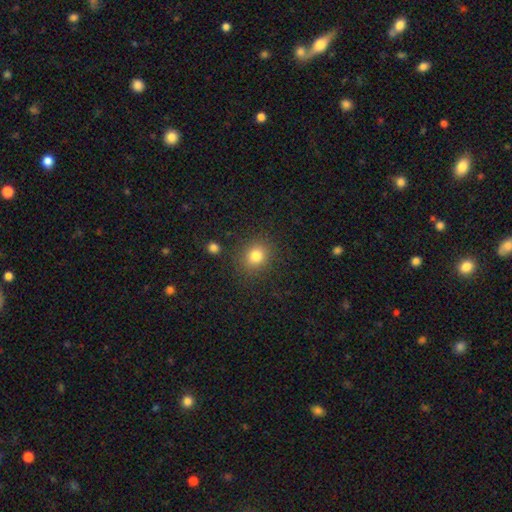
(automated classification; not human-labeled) Smooth or featured? Predicted: smooth (p=0.81). How rounded? Predicted: round (p=0.78). Merging? Predicted: none (p=0.86).